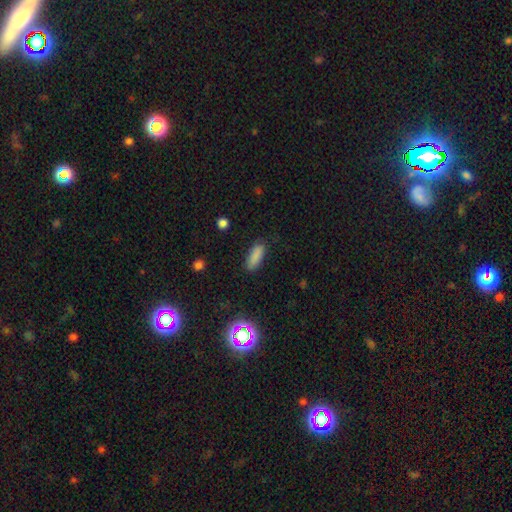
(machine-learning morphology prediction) This appears to be a smooth galaxy with no disk features (85%) that is in between round and cigar-shaped (64%). Merging: none (85%).